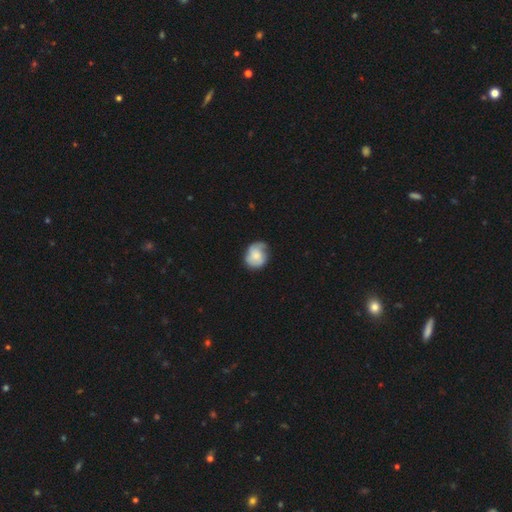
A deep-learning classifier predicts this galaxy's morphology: Smooth or featured? Predicted: smooth (p=0.58). How rounded? Predicted: round (p=0.66). Merging? Predicted: none (p=0.56).